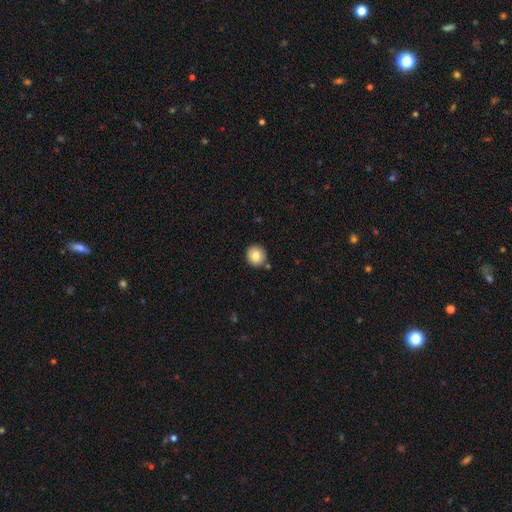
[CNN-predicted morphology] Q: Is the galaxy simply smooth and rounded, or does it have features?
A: smooth — 81%.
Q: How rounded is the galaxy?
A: round — 93%.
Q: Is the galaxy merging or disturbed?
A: none — 88%.